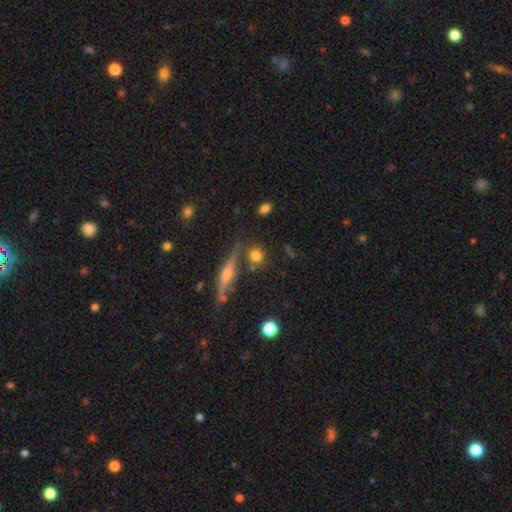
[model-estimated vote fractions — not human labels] A smooth galaxy with no disk features (70%) that is round (84%).

Vote fractions:
- Smooth or featured? smooth: 70% / featured or disk: 17% / star or artifact: 12%
- How rounded? round: 84% / in between: 12% / cigar-shaped: 4%
- Merging? none: 75% / minor disturbance: 11% / merger: 10% / major disturbance: 4%